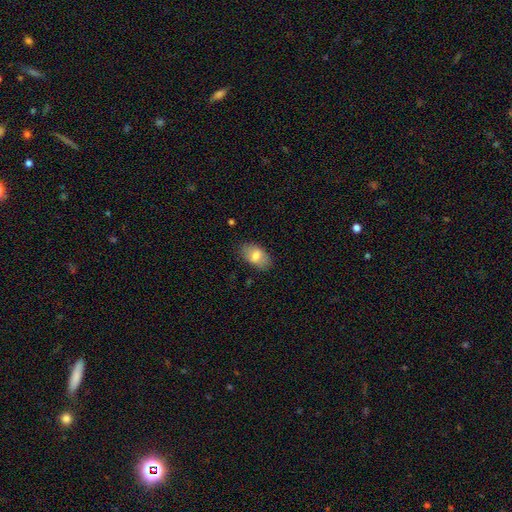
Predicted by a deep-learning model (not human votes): The model was most divided on "smooth or featured": smooth: 71%, featured or disk: 22%, star or artifact: 7%. More confident: how rounded — in between (92%); merging — none (82%).